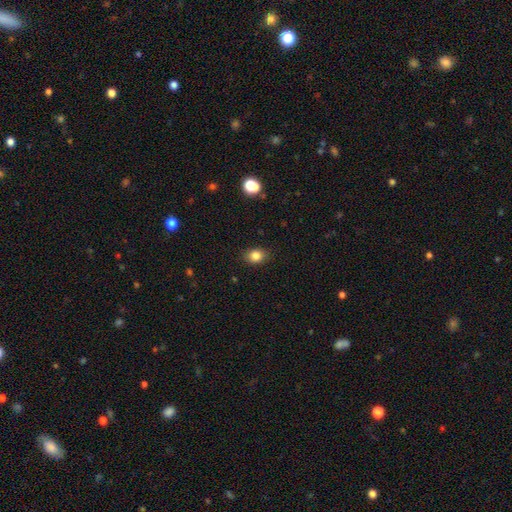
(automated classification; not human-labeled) smooth 84%, star or artifact 11%, featured or disk 6%. Down the decision tree: how rounded — in between (55%); merging — none (86%).